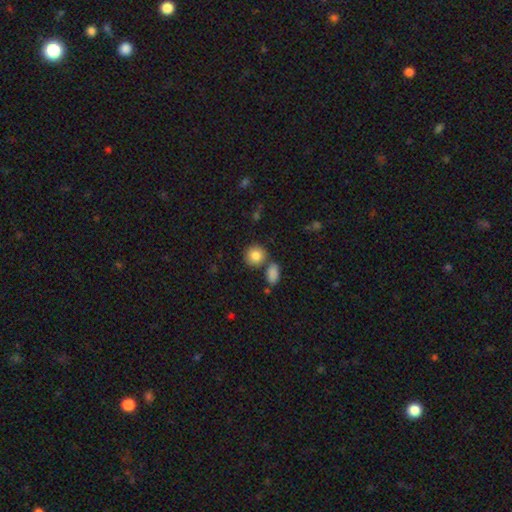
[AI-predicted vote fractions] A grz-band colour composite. It shows a smooth galaxy with no disk features (85%) that is round (82%). Merging: none (70%).